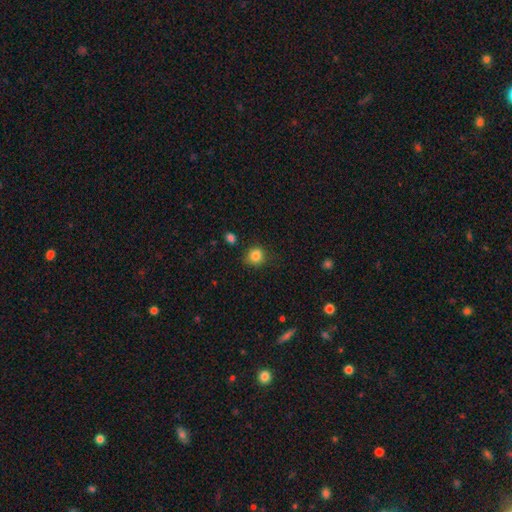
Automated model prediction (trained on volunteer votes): A smooth galaxy with no disk features (85%) that is round (82%). Merging: none (81%).